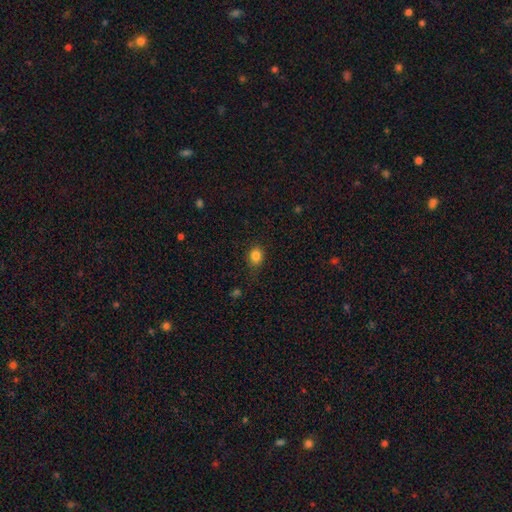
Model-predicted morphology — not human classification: smooth 84%, star or artifact 12%, featured or disk 5%. Down the decision tree: how rounded — round (62%); merging — none (77%).